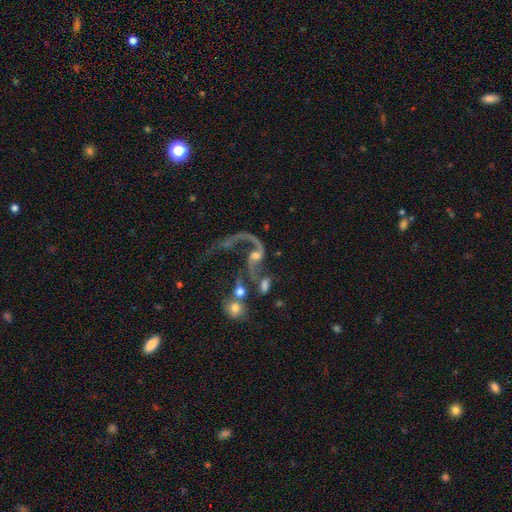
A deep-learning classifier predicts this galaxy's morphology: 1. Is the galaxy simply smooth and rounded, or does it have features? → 83% featured or disk, 9% smooth, 9% star or artifact.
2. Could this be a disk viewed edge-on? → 97% no, 3% yes.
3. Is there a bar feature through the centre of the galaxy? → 55% no, 33% weak, 13% strong.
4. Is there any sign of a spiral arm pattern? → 91% yes, 9% no.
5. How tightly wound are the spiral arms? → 82% loose, 15% medium, 3% tight.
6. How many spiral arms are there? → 68% 2, 26% 1, 2% can't tell, 1% 3, 1% 4, 1% more than 4.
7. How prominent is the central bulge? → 44% moderate, 40% small, 8% none, 5% large, 2% dominant.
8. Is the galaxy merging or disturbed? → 32% major disturbance, 28% none, 28% merger, 12% minor disturbance.